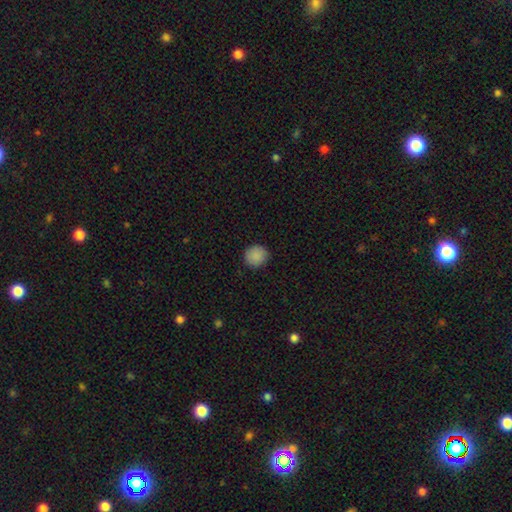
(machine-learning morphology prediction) smooth-or-featured: smooth: 89% | star or artifact: 9% | featured or disk: 3%
  how-rounded: round: 92% | in between: 7% | cigar-shaped: 1%
  merging: none: 91% | minor disturbance: 6% | major disturbance: 2% | merger: 1%